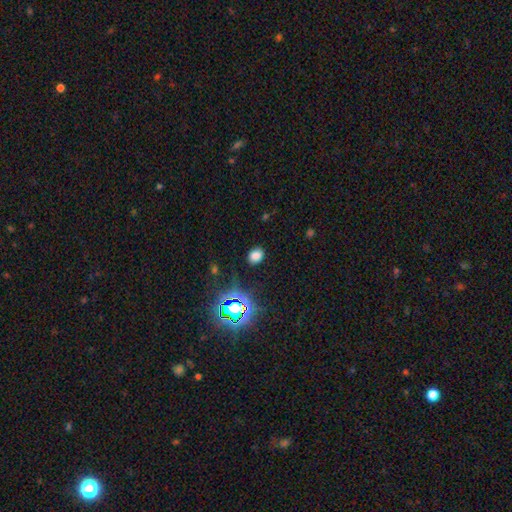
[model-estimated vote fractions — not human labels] smooth 72%, star or artifact 22%, featured or disk 6%. Down the decision tree: how rounded — in between (59%); merging — none (85%).